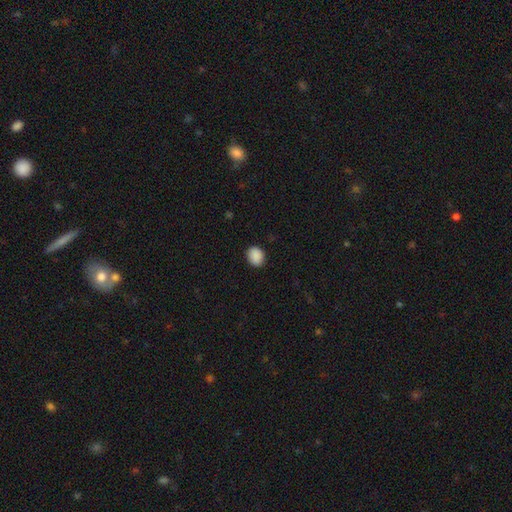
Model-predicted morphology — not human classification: Smooth or featured: smooth — 89% (star or artifact — 8%)
How rounded: round — 54% (in between — 46%)
Merging: none — 87% (minor disturbance — 10%)